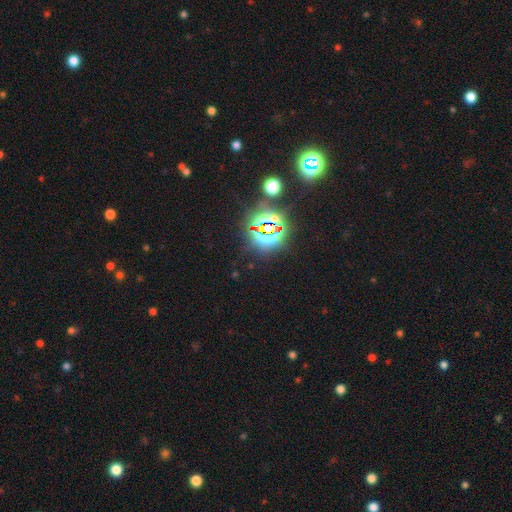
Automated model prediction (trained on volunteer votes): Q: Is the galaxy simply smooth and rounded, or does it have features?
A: star or artifact — 83%.